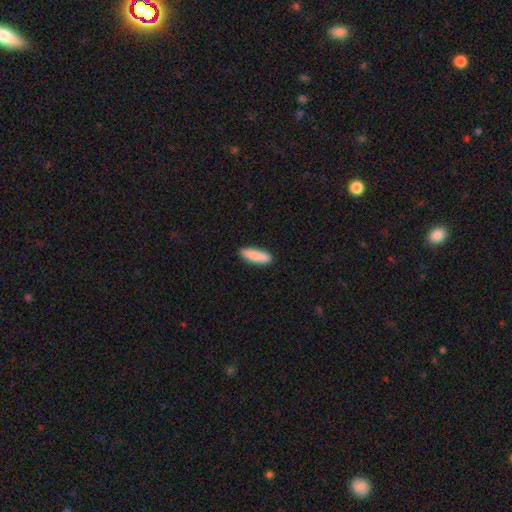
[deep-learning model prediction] Smooth or featured? Predicted: smooth (p=0.86). How rounded? Predicted: cigar-shaped (p=0.54). Merging? Predicted: none (p=0.85).